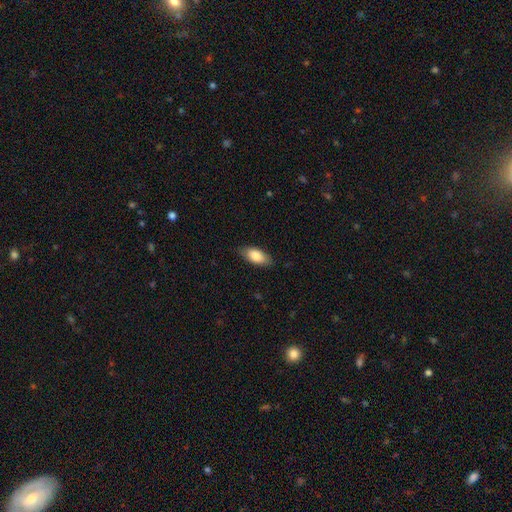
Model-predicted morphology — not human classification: smooth-or-featured: smooth: 82% | featured or disk: 11% | star or artifact: 6%
  how-rounded: in between: 88% | cigar-shaped: 9% | round: 3%
  merging: none: 82% | minor disturbance: 15% | major disturbance: 3% | merger: 1%